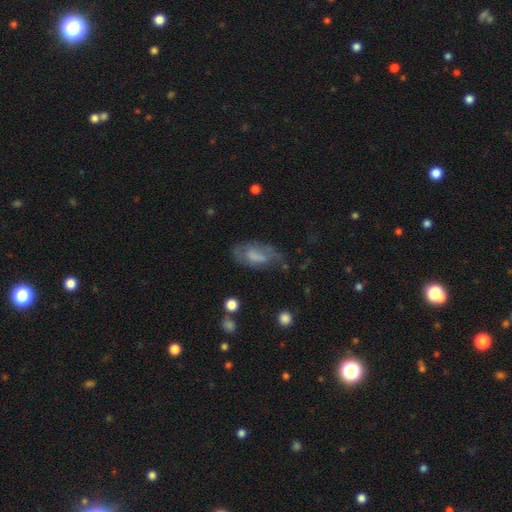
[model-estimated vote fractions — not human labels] A smooth galaxy with no disk features (54%) that is in between round and cigar-shaped (88%). Merging: none (47%).